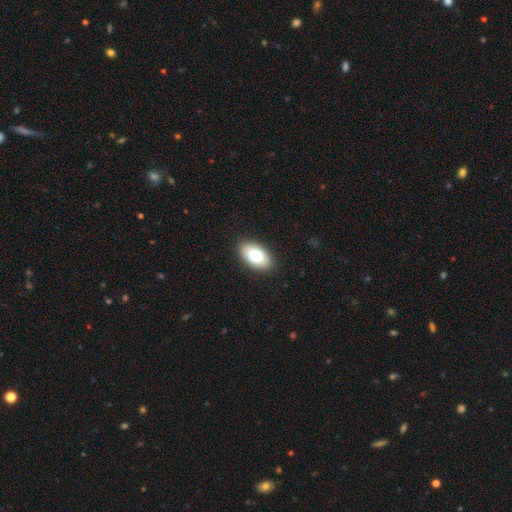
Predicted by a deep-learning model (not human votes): Smooth or featured? Predicted: smooth (p=0.78). How rounded? Predicted: in between (p=0.94). Merging? Predicted: none (p=0.89).